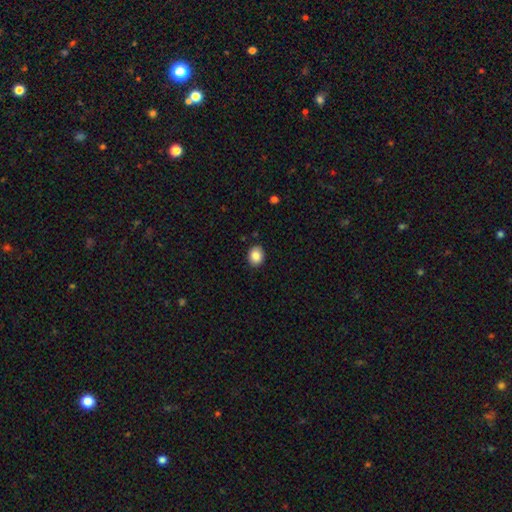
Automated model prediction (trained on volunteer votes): Q: Smooth or featured?
A: smooth (87%); runner-up: star or artifact (8%)
Q: How rounded?
A: round (53%); runner-up: in between (46%)
Q: Merging?
A: none (89%); runner-up: minor disturbance (8%)